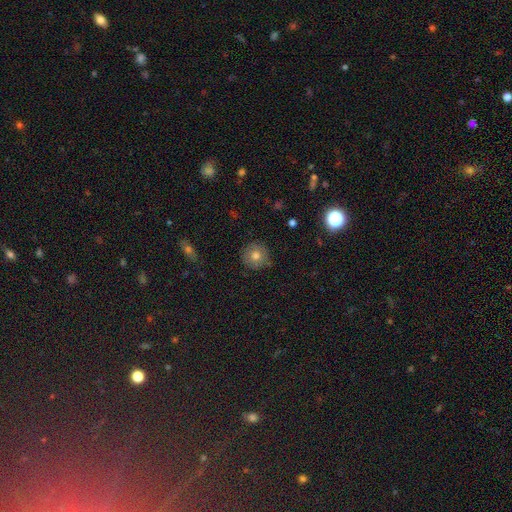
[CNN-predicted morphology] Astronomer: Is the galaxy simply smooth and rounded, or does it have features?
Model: smooth — 75%.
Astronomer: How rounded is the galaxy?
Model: round — 94%.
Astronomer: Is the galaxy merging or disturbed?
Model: none — 87%.